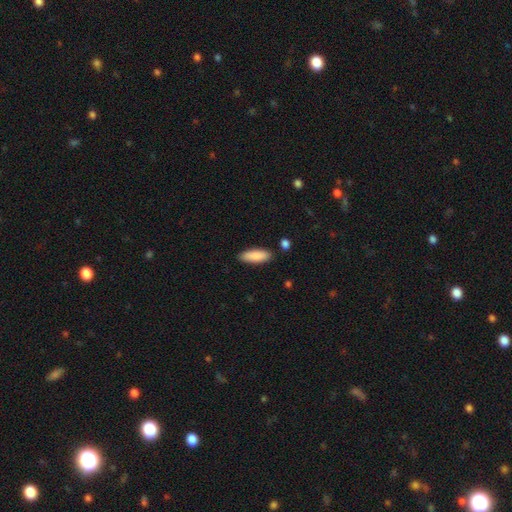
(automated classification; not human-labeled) Smooth or featured: smooth — 88% (featured or disk — 7%)
How rounded: in between — 64% (cigar-shaped — 35%)
Merging: none — 86% (minor disturbance — 10%)